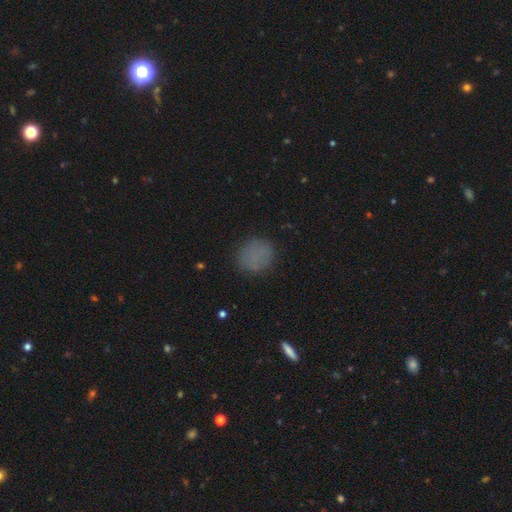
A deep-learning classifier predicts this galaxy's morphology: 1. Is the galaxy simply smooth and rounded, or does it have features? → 77% smooth, 15% star or artifact, 8% featured or disk.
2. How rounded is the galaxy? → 79% round, 20% in between, 1% cigar-shaped.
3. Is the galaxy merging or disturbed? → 83% none, 12% minor disturbance, 4% major disturbance, 1% merger.